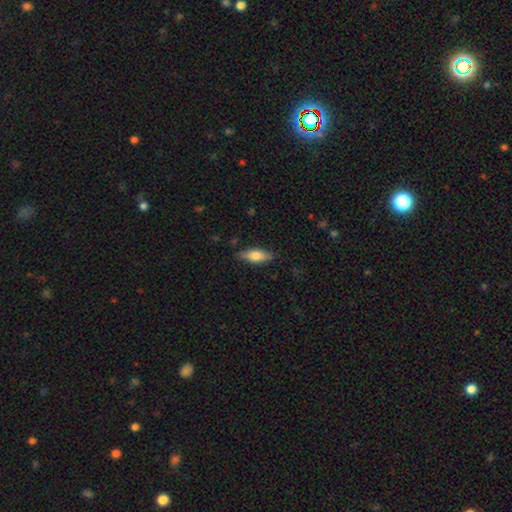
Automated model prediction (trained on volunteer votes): This appears to be a smooth galaxy with no disk features (65%) that is in between round and cigar-shaped (63%). Merging: none (85%).